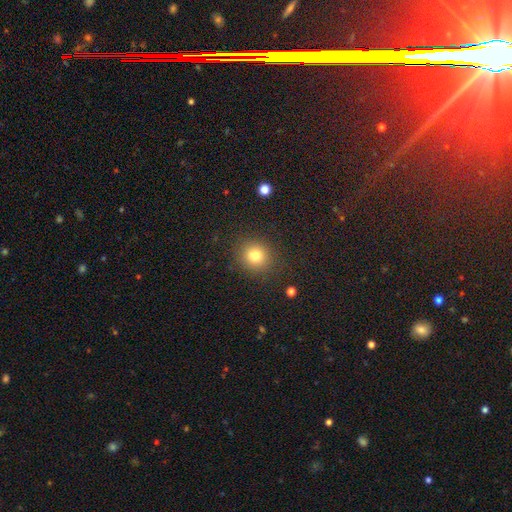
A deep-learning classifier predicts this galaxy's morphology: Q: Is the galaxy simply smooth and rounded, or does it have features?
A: smooth — 79%.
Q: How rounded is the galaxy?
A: round — 86%.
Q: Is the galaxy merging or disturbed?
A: none — 88%.